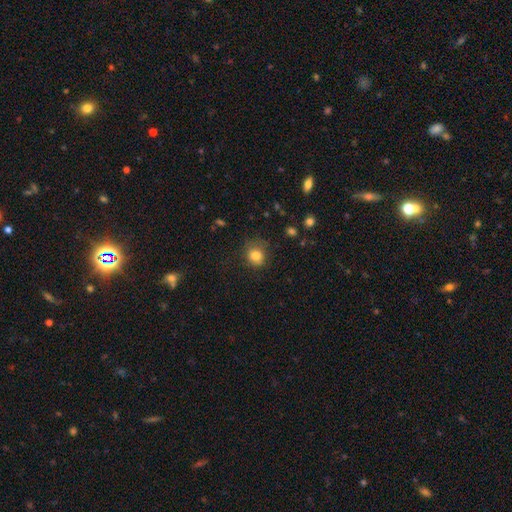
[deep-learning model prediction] smooth 82%, star or artifact 11%, featured or disk 7%. Down the decision tree: how rounded — round (81%); merging — none (71%).